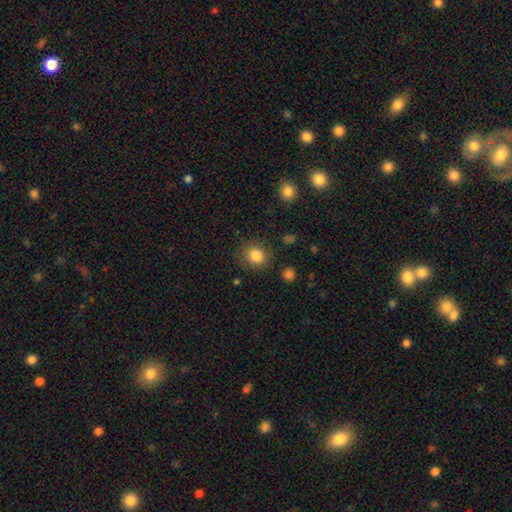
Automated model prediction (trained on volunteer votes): Smooth or featured: smooth — 85% (star or artifact — 10%)
How rounded: round — 72% (in between — 27%)
Merging: none — 81% (minor disturbance — 12%)